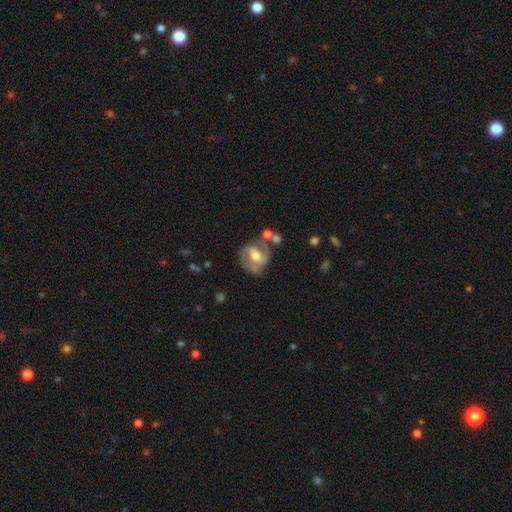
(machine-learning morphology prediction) Smooth or featured?
  - featured or disk: 76% *
  - smooth: 18%
  - star or artifact: 6%
Edge-on disk?
  - no: 97% *
  - yes: 3%
Bar?
  - weak: 43% *
  - strong: 35%
  - no: 22%
Spiral arms?
  - yes: 84% *
  - no: 16%
Spiral winding?
  - medium: 53% *
  - tight: 30%
  - loose: 17%
Spiral arm count?
  - 2: 83% *
  - can't tell: 8%
  - 1: 4%
  - 3: 2%
  - 4: 1%
  - more than 4: 1%
Bulge size?
  - moderate: 63% *
  - small: 21%
  - large: 12%
  - none: 2%
  - dominant: 1%
Merging?
  - none: 59% *
  - minor disturbance: 20%
  - merger: 11%
  - major disturbance: 10%